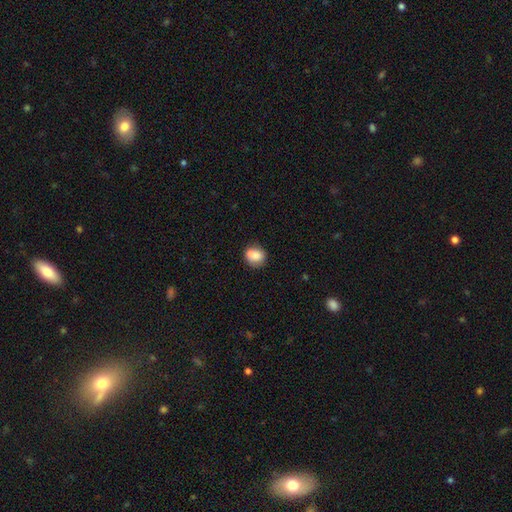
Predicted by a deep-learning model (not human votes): A smooth galaxy with no disk features (75%) that is round (69%).

Vote fractions:
- Smooth or featured? smooth: 75% / featured or disk: 16% / star or artifact: 9%
- How rounded? round: 69% / in between: 30% / cigar-shaped: 1%
- Merging? none: 51% / merger: 31% / minor disturbance: 14% / major disturbance: 4%